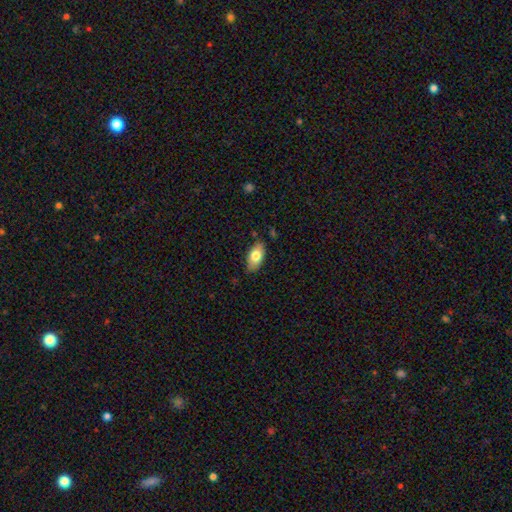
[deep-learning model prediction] A smooth galaxy with no disk features (77%) that is in between round and cigar-shaped (92%).

Vote fractions:
- Smooth or featured? smooth: 77% / featured or disk: 17% / star or artifact: 7%
- How rounded? in between: 92% / cigar-shaped: 4% / round: 4%
- Merging? none: 82% / minor disturbance: 14% / major disturbance: 2% / merger: 2%